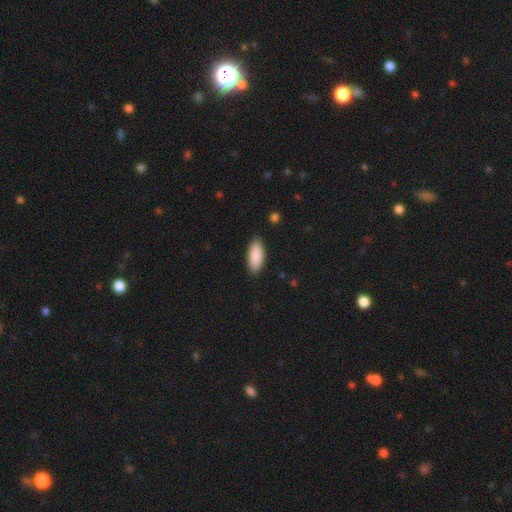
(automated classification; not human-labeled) This appears to be a smooth galaxy with no disk features (90%) that is in between round and cigar-shaped (84%). Merging: none (88%).